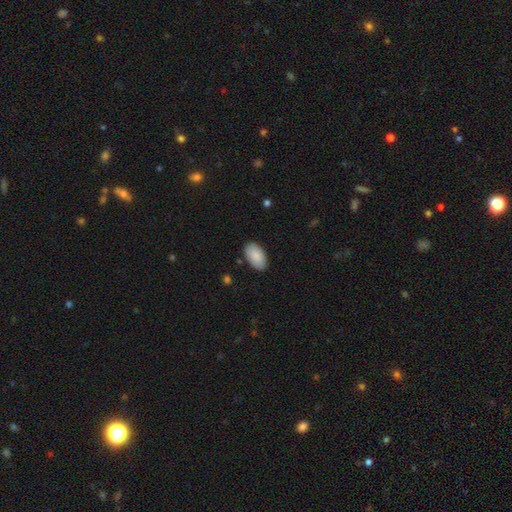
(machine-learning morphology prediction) Smooth or featured? Predicted: smooth (p=0.89). How rounded? Predicted: in between (p=0.96). Merging? Predicted: none (p=0.86).